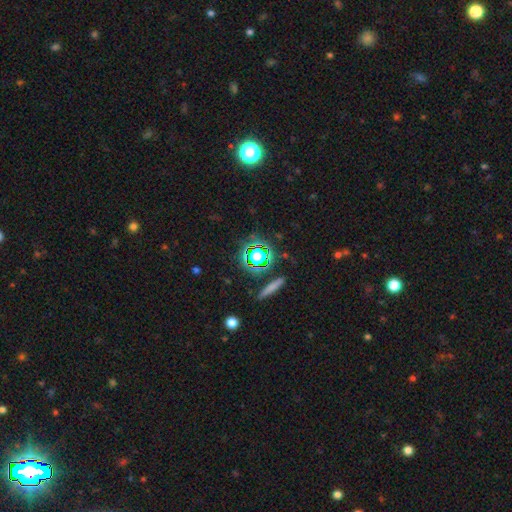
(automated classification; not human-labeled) star or artifact 51%, smooth 36%, featured or disk 14%.